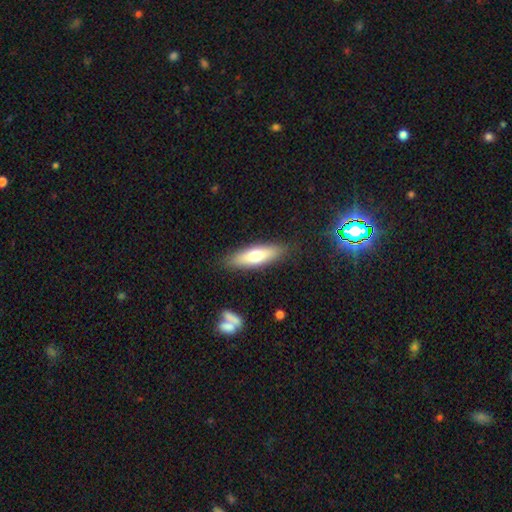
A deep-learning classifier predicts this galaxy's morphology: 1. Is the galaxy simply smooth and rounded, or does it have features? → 64% smooth, 30% featured or disk, 6% star or artifact.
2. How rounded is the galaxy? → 53% cigar-shaped, 45% in between, 2% round.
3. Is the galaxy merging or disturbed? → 86% none, 10% minor disturbance, 3% major disturbance, 2% merger.